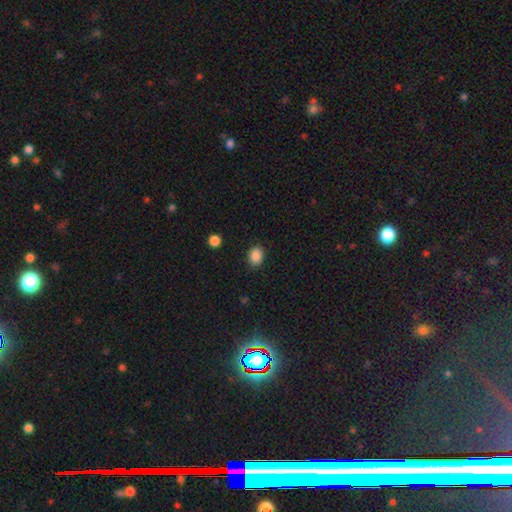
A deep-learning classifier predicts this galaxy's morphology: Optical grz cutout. It shows a smooth galaxy with no disk features (88%) that is in between round and cigar-shaped (52%). Merging: none (87%).